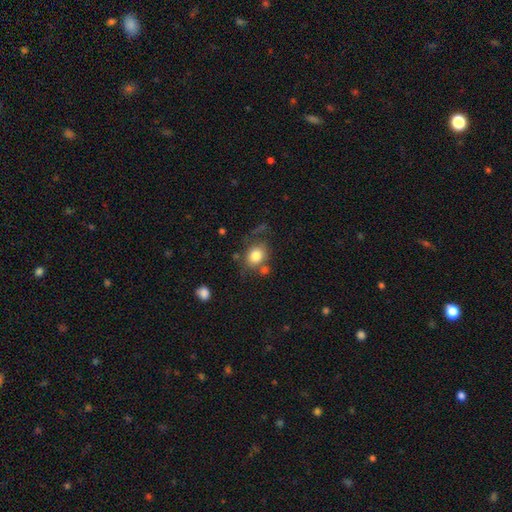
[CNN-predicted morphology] type=smooth (79%); roundness=round (53%); merging=none (62%).